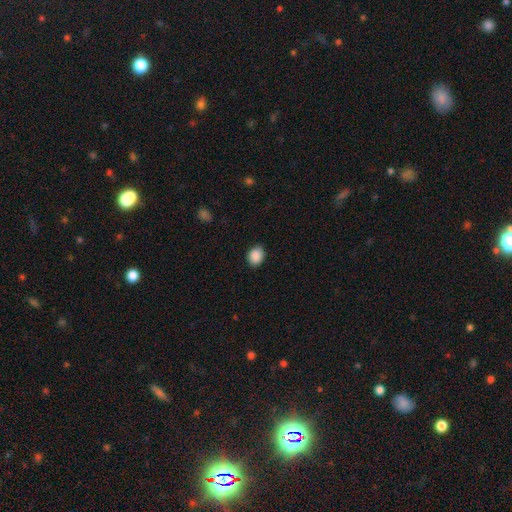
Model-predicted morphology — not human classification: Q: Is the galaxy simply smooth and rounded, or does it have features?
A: smooth — 89%.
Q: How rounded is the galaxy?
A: in between — 53%.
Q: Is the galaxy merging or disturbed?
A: none — 85%.